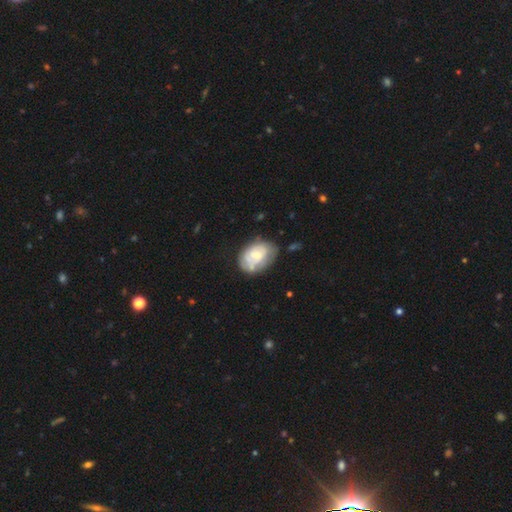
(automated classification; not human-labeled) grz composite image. It shows a smooth galaxy with no disk features (47%). Merging: none (50%).